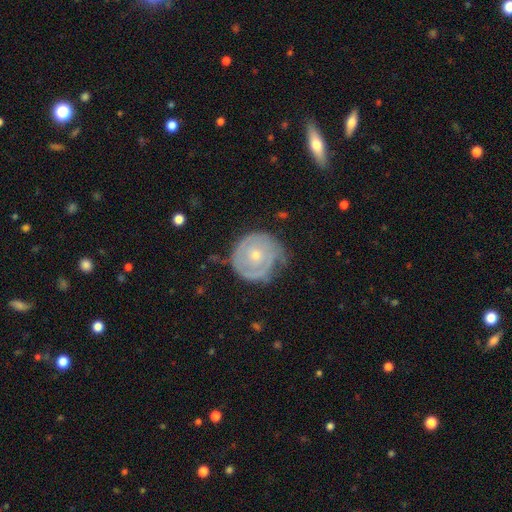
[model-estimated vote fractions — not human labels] A featured or disk galaxy (68%) with no bar (85%), spiral arms (71%) and a small central bulge (55%).

Vote fractions:
- Smooth or featured? featured or disk: 68% / smooth: 27% / star or artifact: 6%
- Edge-on disk? no: 97% / yes: 3%
- Bar? no: 85% / weak: 13% / strong: 3%
- Spiral arms? yes: 71% / no: 29%
- Bulge size? small: 55% / moderate: 41% / large: 1% / none: 1% / dominant: 1%
- Merging? none: 61% / minor disturbance: 27% / major disturbance: 10% / merger: 2%